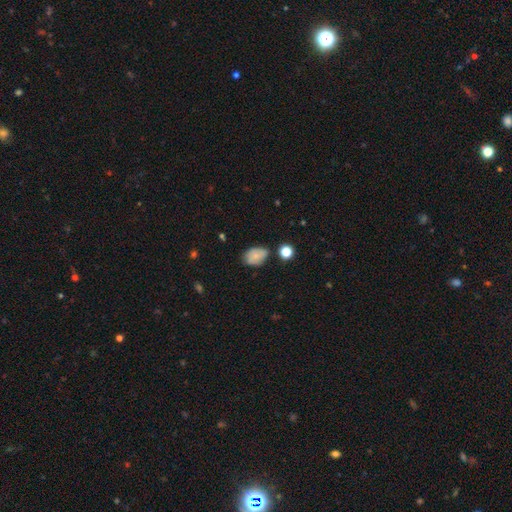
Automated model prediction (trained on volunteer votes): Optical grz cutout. It shows a smooth galaxy with no disk features (75%) that is in between round and cigar-shaped (83%). Merging: none (66%).